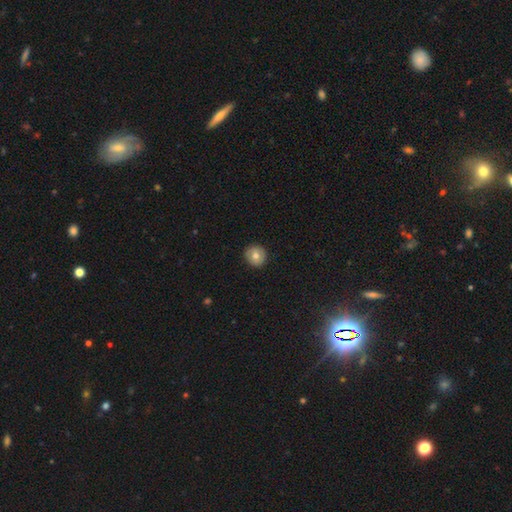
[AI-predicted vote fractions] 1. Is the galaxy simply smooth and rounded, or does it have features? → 71% smooth, 21% featured or disk, 8% star or artifact.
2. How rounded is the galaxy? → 93% round, 6% in between, 1% cigar-shaped.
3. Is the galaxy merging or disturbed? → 89% none, 8% minor disturbance, 2% major disturbance, 1% merger.